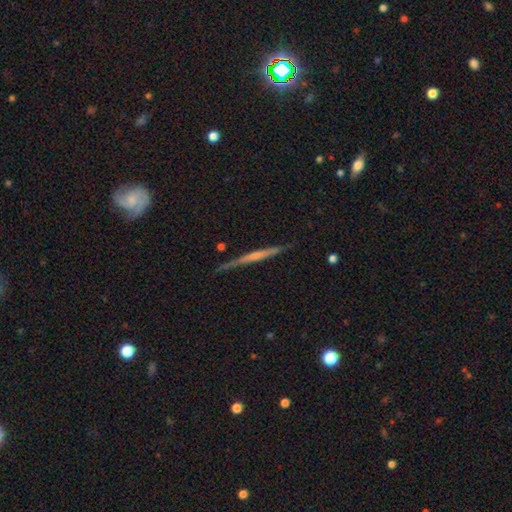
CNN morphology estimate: This is likely a featured or disk galaxy (73%). It is clearly viewed edge-on (96%). Edge-on bulge: possibly rounded (55%). Merging: clearly none (88%).